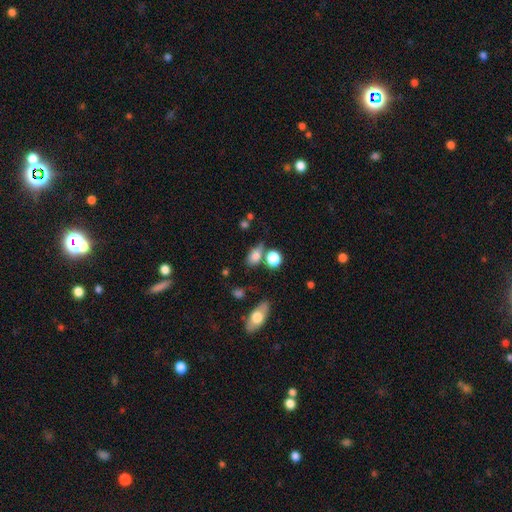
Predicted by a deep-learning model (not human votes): Smooth or featured: smooth — 78% (star or artifact — 11%)
How rounded: in between — 72% (round — 23%)
Merging: none — 57% (minor disturbance — 19%)